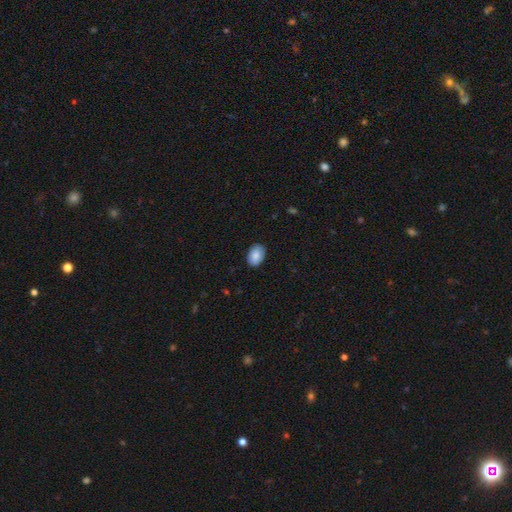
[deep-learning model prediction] The model was most divided on "how rounded": in between: 88%, round: 11%, cigar-shaped: 1%. More confident: merging — none (87%); smooth or featured — smooth (87%).